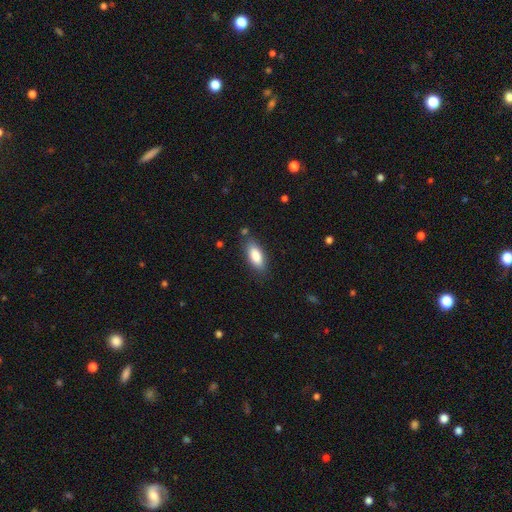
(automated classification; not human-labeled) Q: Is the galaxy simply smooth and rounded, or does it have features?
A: smooth — 85%.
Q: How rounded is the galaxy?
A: in between — 79%.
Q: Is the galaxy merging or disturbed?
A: none — 81%.